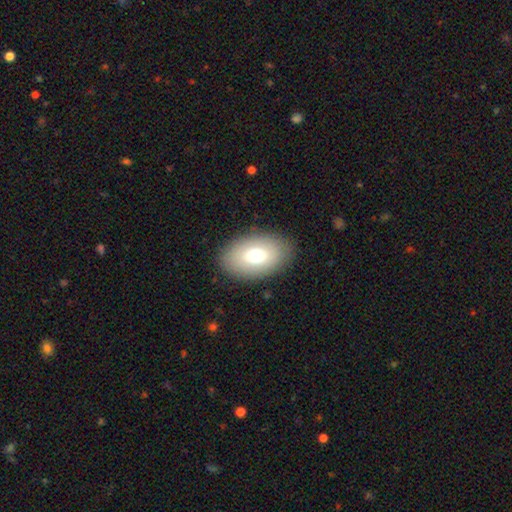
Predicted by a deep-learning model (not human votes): smooth 71%, featured or disk 20%, star or artifact 9%. Down the decision tree: how rounded — in between (90%); merging — none (86%).